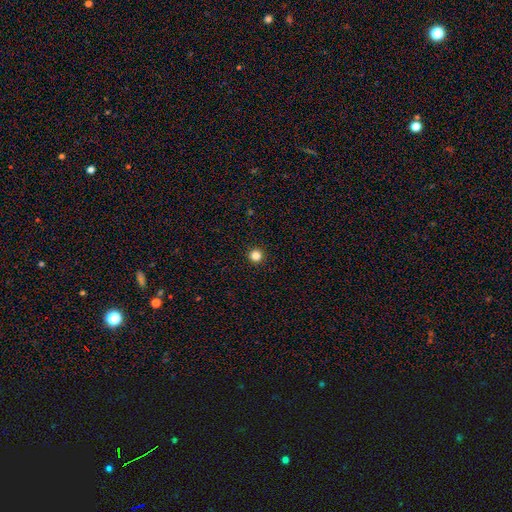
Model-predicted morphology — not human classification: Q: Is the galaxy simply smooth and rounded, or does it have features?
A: smooth — 84%.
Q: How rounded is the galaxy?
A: round — 96%.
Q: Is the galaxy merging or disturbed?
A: none — 94%.